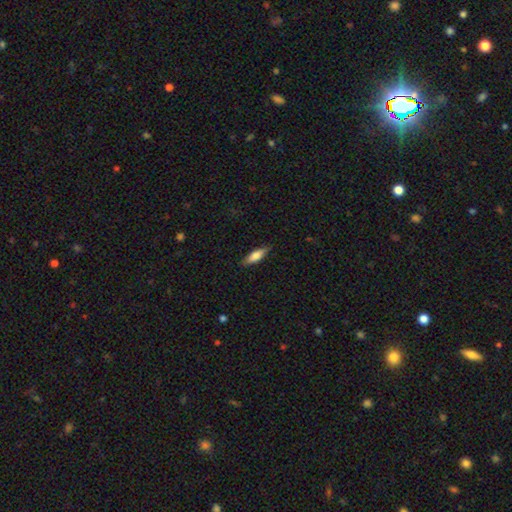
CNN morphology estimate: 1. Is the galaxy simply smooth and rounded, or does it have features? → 77% smooth, 17% featured or disk, 6% star or artifact.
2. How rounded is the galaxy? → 55% in between, 43% cigar-shaped, 2% round.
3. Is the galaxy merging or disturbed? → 85% none, 12% minor disturbance, 2% major disturbance, 1% merger.